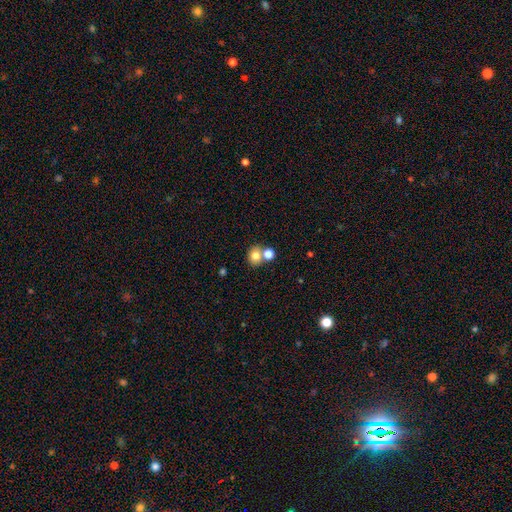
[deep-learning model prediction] Smooth or featured: smooth — 78% (star or artifact — 12%)
How rounded: round — 76% (in between — 23%)
Merging: none — 53% (merger — 35%)